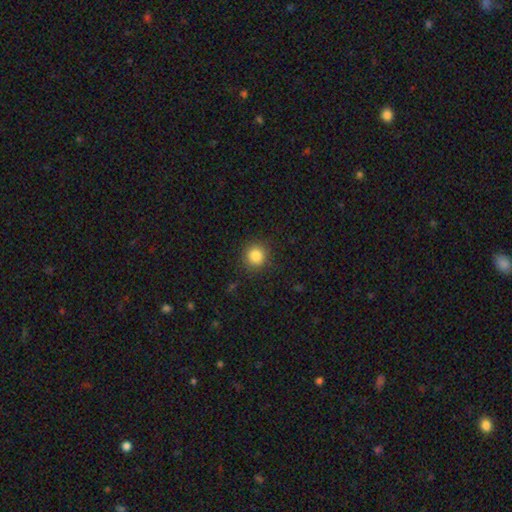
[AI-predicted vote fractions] smooth-or-featured: smooth: 85% | star or artifact: 11% | featured or disk: 5%
  how-rounded: round: 91% | in between: 8% | cigar-shaped: 1%
  merging: none: 88% | minor disturbance: 8% | major disturbance: 3% | merger: 1%